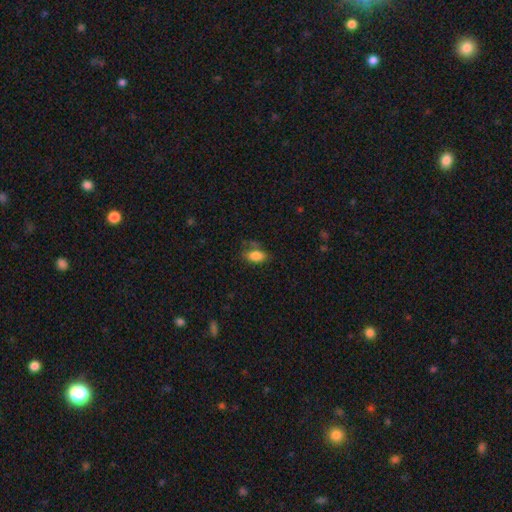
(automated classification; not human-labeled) A smooth galaxy with no disk features (83%) that is in between round and cigar-shaped (89%).

Vote fractions:
- Smooth or featured? smooth: 83% / featured or disk: 8% / star or artifact: 8%
- How rounded? in between: 89% / round: 6% / cigar-shaped: 5%
- Merging? none: 61% / minor disturbance: 24% / major disturbance: 9% / merger: 6%